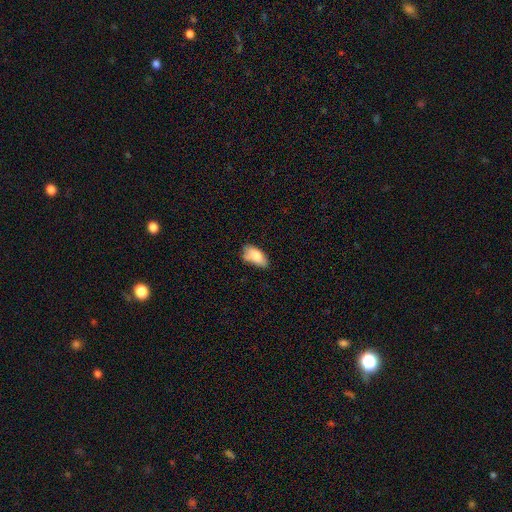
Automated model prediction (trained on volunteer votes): The model was most divided on "merging": none: 51%, minor disturbance: 35%, major disturbance: 8%, merger: 6%. More confident: how rounded — in between (93%); smooth or featured — smooth (79%).